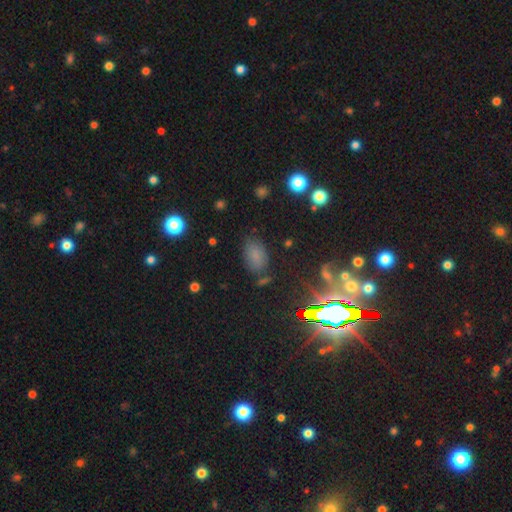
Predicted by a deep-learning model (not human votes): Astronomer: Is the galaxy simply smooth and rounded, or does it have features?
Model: smooth — 66%.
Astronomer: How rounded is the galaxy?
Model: in between — 88%.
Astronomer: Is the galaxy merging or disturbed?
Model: none — 72%.